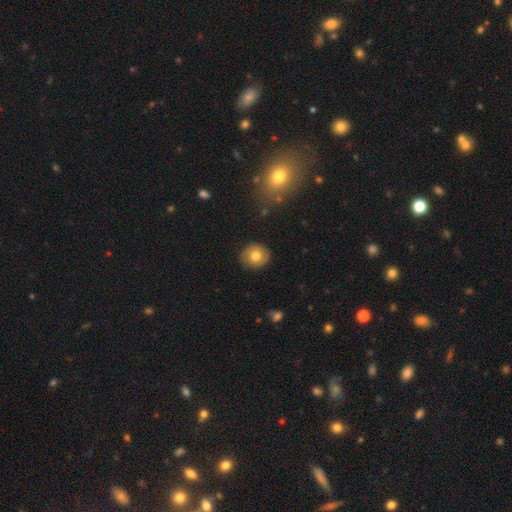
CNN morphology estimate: smooth 73%, featured or disk 18%, star or artifact 9%. Down the decision tree: how rounded — round (80%); merging — none (88%).